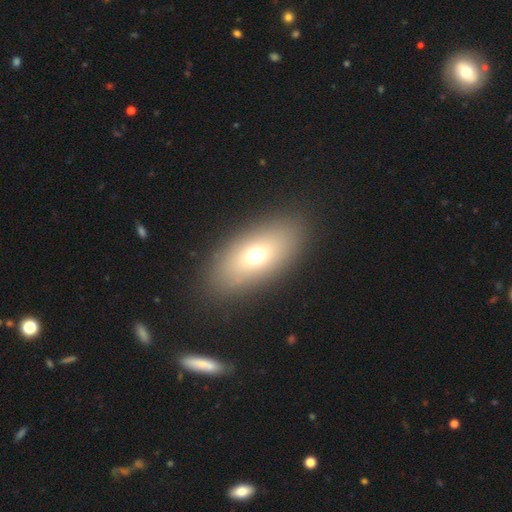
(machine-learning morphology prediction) A smooth galaxy with no disk features (66%) that is in between round and cigar-shaped (84%).

Vote fractions:
- Smooth or featured? smooth: 66% / featured or disk: 21% / star or artifact: 12%
- How rounded? in between: 84% / round: 9% / cigar-shaped: 7%
- Merging? none: 87% / minor disturbance: 8% / major disturbance: 4% / merger: 1%